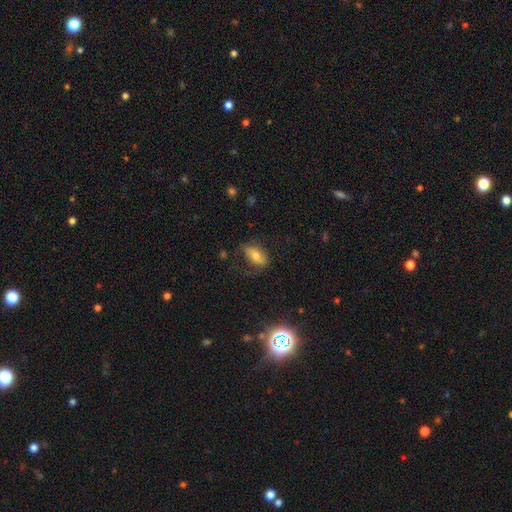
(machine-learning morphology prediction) smooth_or_featured: smooth (p=0.61) [alt: featured or disk p=0.28]
how_rounded: in between (p=0.86) [alt: cigar-shaped p=0.08]
merging: none (p=0.58) [alt: minor disturbance p=0.25]